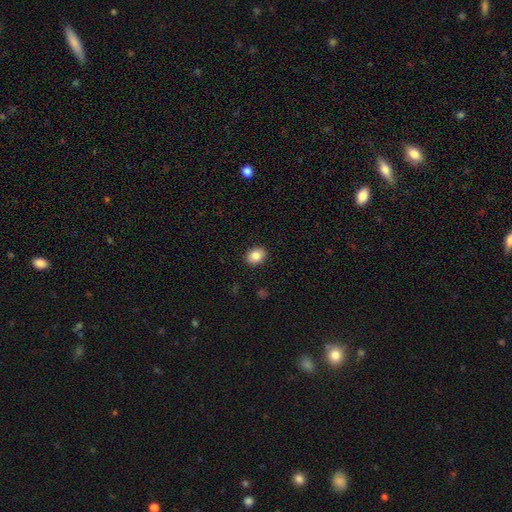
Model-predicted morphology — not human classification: This is clearly a smooth galaxy (84%). How rounded: possibly in between (59%). Merging: clearly none (90%).